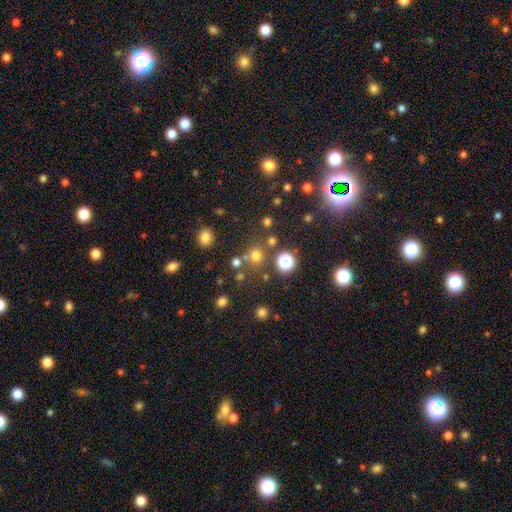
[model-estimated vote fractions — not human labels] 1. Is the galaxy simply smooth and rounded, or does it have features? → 69% smooth, 24% star or artifact, 8% featured or disk.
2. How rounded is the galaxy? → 90% round, 9% in between, 1% cigar-shaped.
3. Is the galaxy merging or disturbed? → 74% none, 13% merger, 9% minor disturbance, 4% major disturbance.